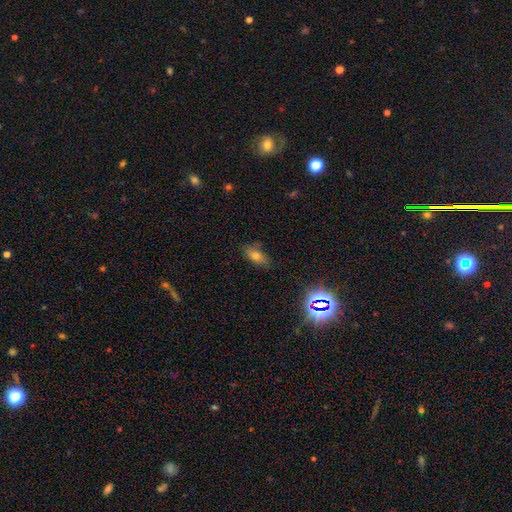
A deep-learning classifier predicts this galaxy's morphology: Smooth or featured? smooth (71%)
How rounded? in between (85%)
Merging? none (78%)